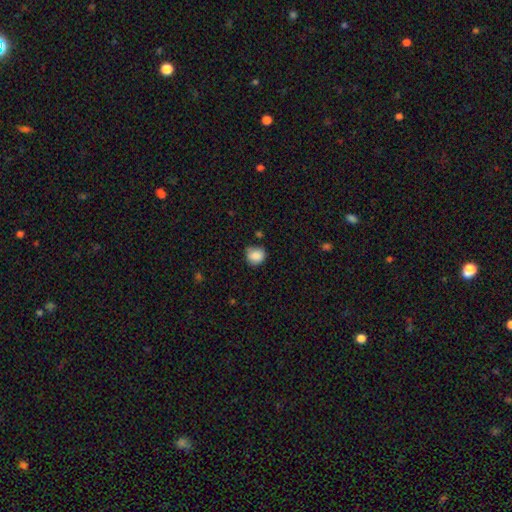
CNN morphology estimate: smooth_or_featured: smooth (p=0.87) [alt: star or artifact p=0.09]
how_rounded: round (p=0.79) [alt: in between p=0.20]
merging: none (p=0.67) [alt: minor disturbance p=0.25]